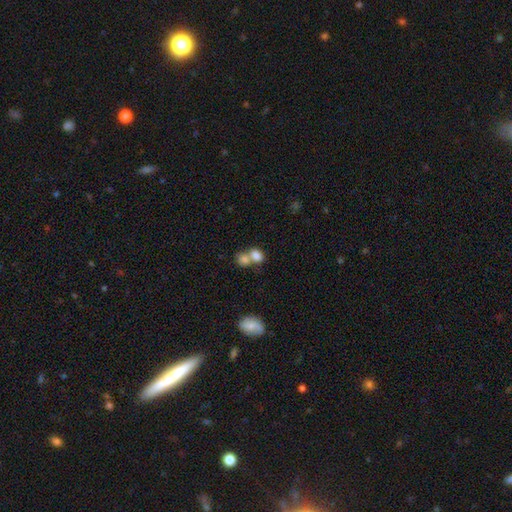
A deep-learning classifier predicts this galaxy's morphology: Smooth or featured? Predicted: smooth (p=0.80). How rounded? Predicted: in between (p=0.56). Merging? Predicted: merger (p=0.63).